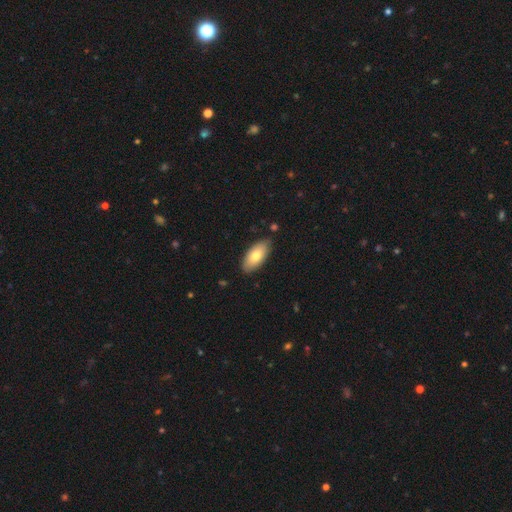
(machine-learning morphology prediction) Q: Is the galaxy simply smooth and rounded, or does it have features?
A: smooth — 75%.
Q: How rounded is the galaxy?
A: in between — 90%.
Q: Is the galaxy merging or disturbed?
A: none — 85%.